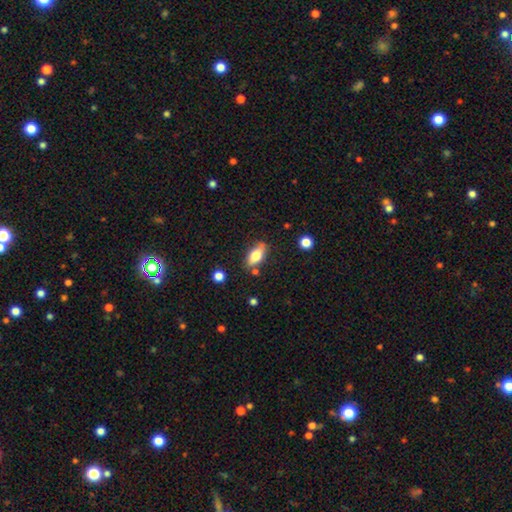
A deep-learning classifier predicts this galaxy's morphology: type=smooth (70%); roundness=in between (81%); merging=none (77%).